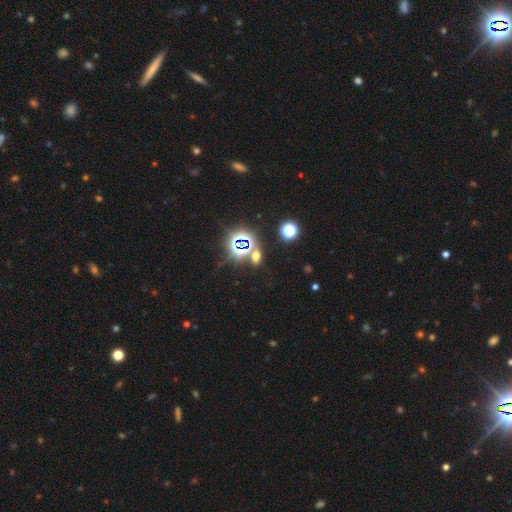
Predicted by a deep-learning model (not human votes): smooth-or-featured: star or artifact: 53% | smooth: 37% | featured or disk: 10%